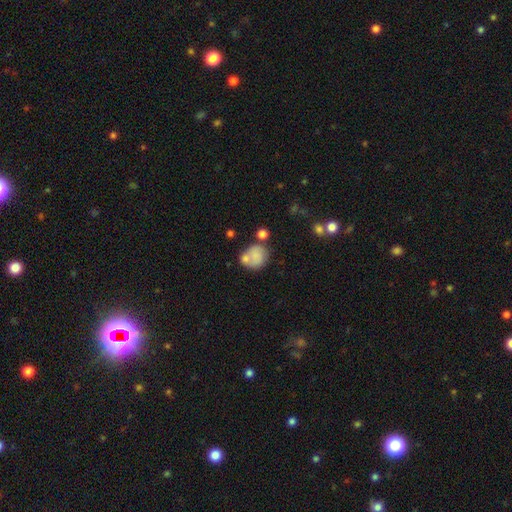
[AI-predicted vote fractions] Smooth or featured? smooth (72%)
How rounded? round (71%)
Merging? none (42%)